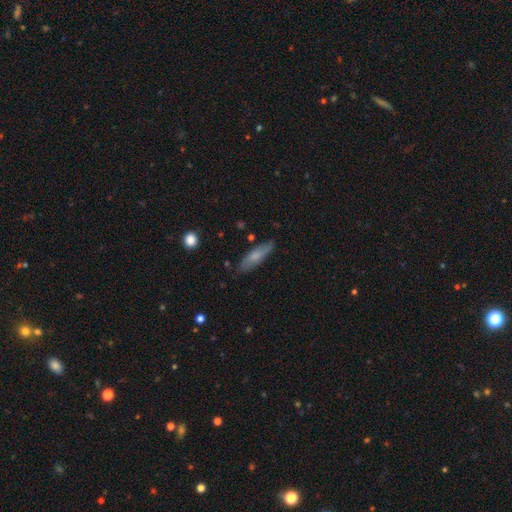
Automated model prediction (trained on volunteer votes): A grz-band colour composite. It shows a smooth galaxy with no disk features (67%) that is cigar-shaped (60%). Merging: none (81%).